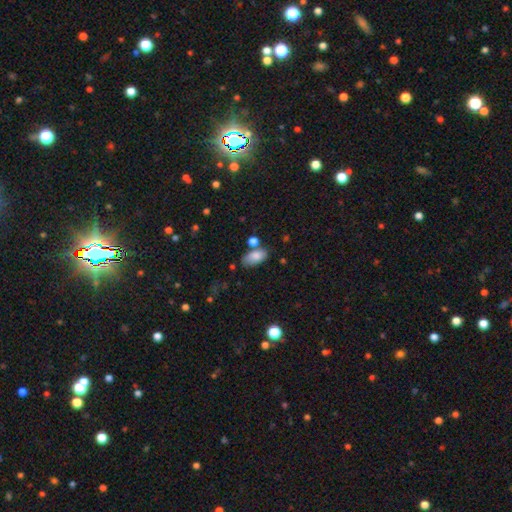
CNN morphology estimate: smooth 84%, featured or disk 9%, star or artifact 8%. Down the decision tree: how rounded — in between (93%); merging — none (65%).